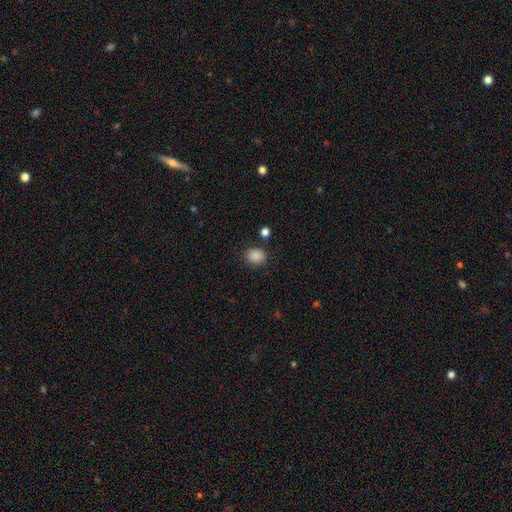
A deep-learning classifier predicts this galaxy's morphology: type=smooth (87%); roundness=round (66%); merging=none (84%).